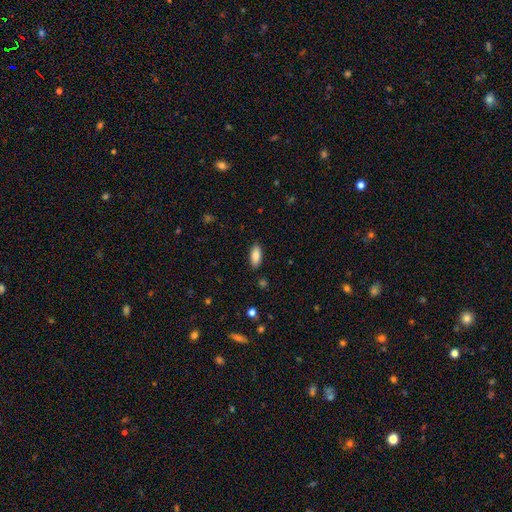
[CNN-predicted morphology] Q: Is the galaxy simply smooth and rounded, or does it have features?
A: smooth — 88%.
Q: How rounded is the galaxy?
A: in between — 85%.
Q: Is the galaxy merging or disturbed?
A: none — 88%.